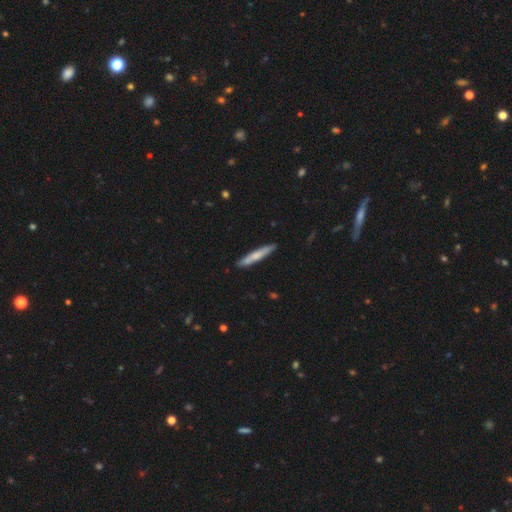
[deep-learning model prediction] This appears to be a smooth galaxy with no disk features (64%) that is cigar-shaped (93%). Merging: none (86%).